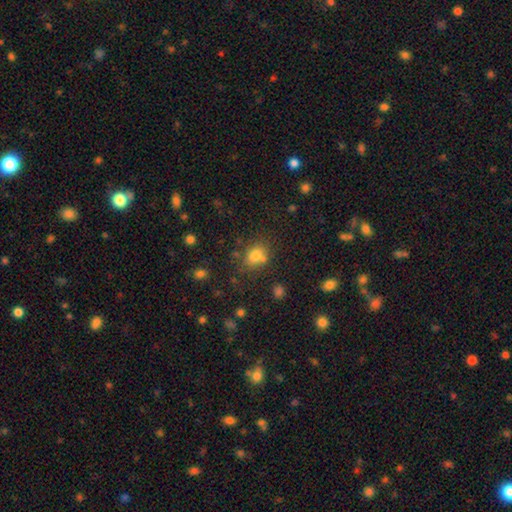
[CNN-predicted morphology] Q: Smooth or featured?
A: smooth (77%); runner-up: star or artifact (13%)
Q: How rounded?
A: round (51%); runner-up: in between (48%)
Q: Merging?
A: none (64%); runner-up: merger (16%)